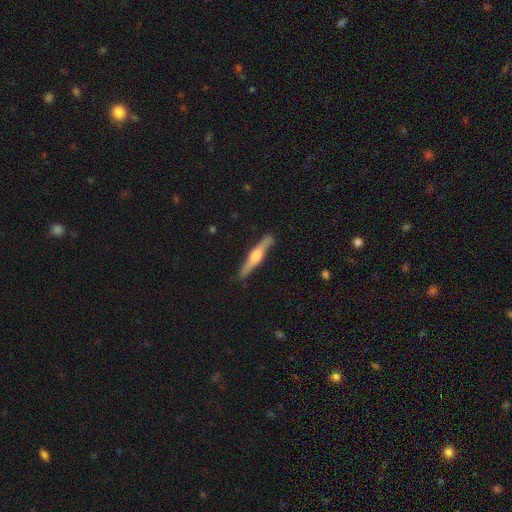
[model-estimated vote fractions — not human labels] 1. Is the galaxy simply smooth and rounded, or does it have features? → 67% featured or disk, 28% smooth, 5% star or artifact.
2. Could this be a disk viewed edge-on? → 97% yes, 3% no.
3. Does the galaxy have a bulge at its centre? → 85% rounded, 11% boxy, 4% none.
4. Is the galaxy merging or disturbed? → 87% none, 10% minor disturbance, 2% major disturbance, 1% merger.